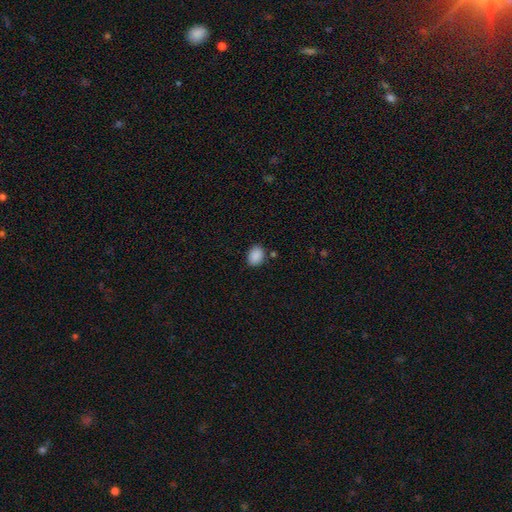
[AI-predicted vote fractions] Smooth or featured? Predicted: smooth (p=0.89). How rounded? Predicted: in between (p=0.63). Merging? Predicted: none (p=0.82).